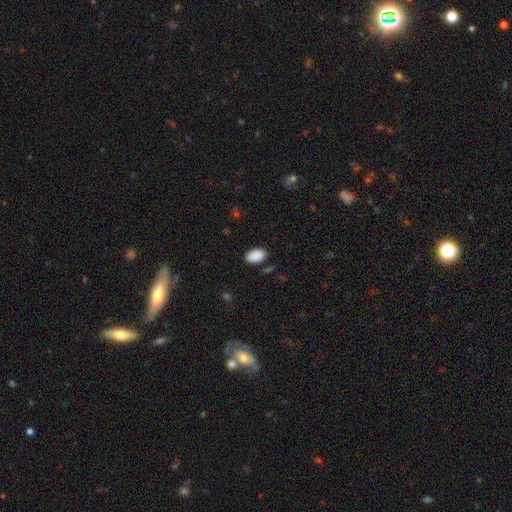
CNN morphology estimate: Q: Smooth or featured?
A: smooth (90%); runner-up: star or artifact (7%)
Q: How rounded?
A: in between (93%); runner-up: round (6%)
Q: Merging?
A: none (84%); runner-up: minor disturbance (12%)